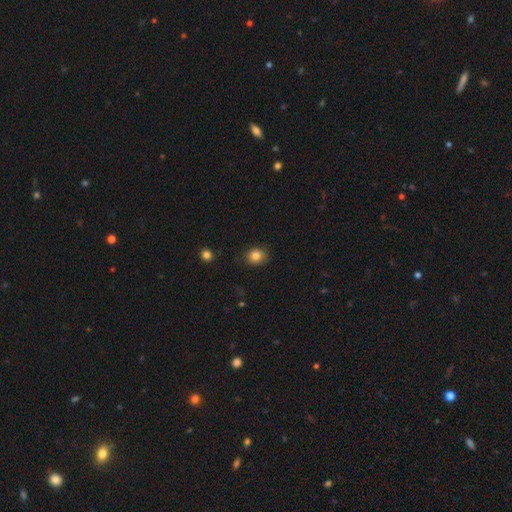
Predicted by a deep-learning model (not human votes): A smooth galaxy with no disk features (83%) that is round (63%).

Vote fractions:
- Smooth or featured? smooth: 83% / star or artifact: 11% / featured or disk: 6%
- How rounded? round: 63% / in between: 36% / cigar-shaped: 1%
- Merging? none: 85% / minor disturbance: 11% / major disturbance: 2% / merger: 1%